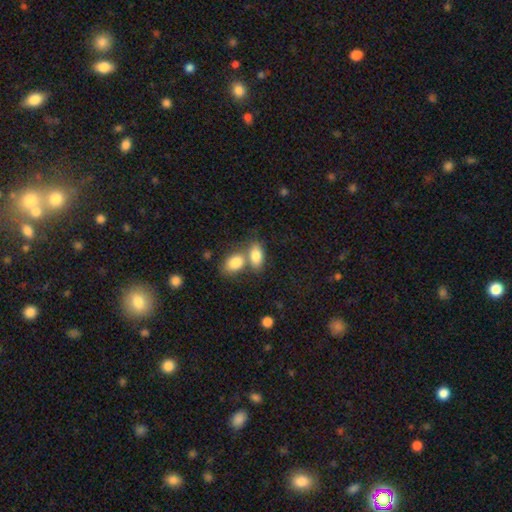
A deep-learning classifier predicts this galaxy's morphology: Smooth or featured? smooth (83%)
How rounded? in between (89%)
Merging? merger (51%)